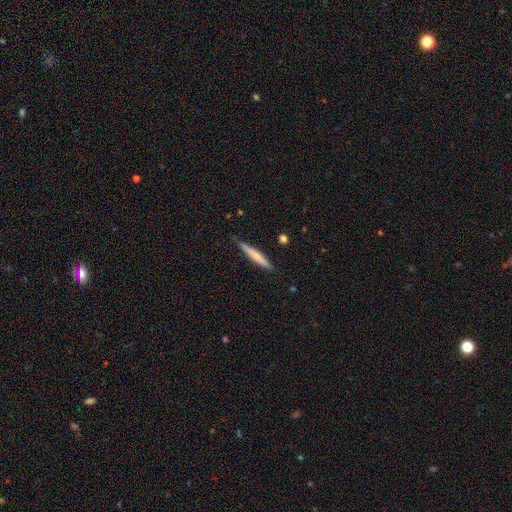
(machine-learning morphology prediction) Smooth or featured? smooth (64%)
How rounded? cigar-shaped (95%)
Merging? none (82%)